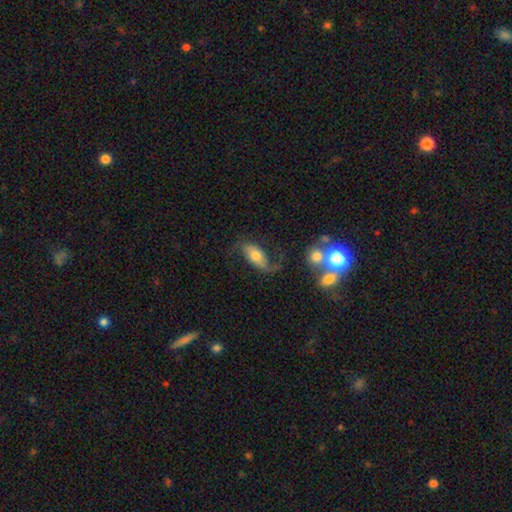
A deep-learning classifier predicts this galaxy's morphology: Smooth or featured? Predicted: featured or disk (p=0.63). Edge-on disk? Predicted: no (p=0.92). Bar? Predicted: no (p=0.58). Spiral arms? Predicted: yes (p=0.88). Spiral winding? Predicted: loose (p=0.75). Spiral arm count? Predicted: 2 (p=0.75). Bulge size? Predicted: moderate (p=0.64). Merging? Predicted: none (p=0.52).